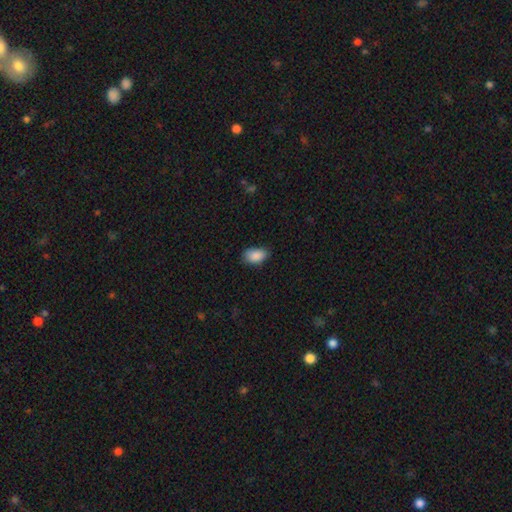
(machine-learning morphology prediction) Smooth or featured: smooth — 89% (star or artifact — 7%)
How rounded: in between — 90% (round — 8%)
Merging: none — 76% (minor disturbance — 19%)